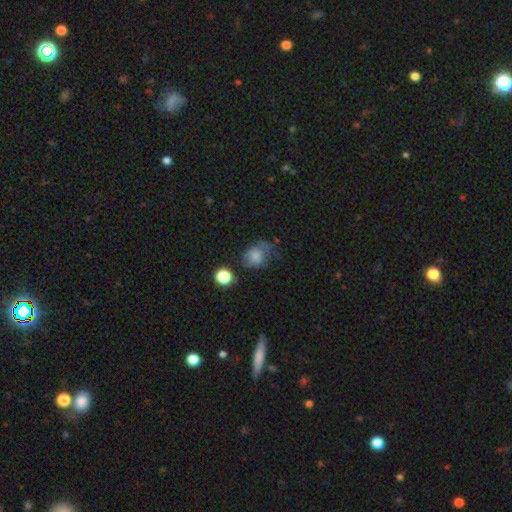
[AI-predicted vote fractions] A smooth galaxy with no disk features (71%) that is in between round and cigar-shaped (50%).

Vote fractions:
- Smooth or featured? smooth: 71% / featured or disk: 15% / star or artifact: 14%
- How rounded? in between: 50% / round: 49% / cigar-shaped: 1%
- Merging? none: 40% / minor disturbance: 30% / major disturbance: 24% / merger: 6%